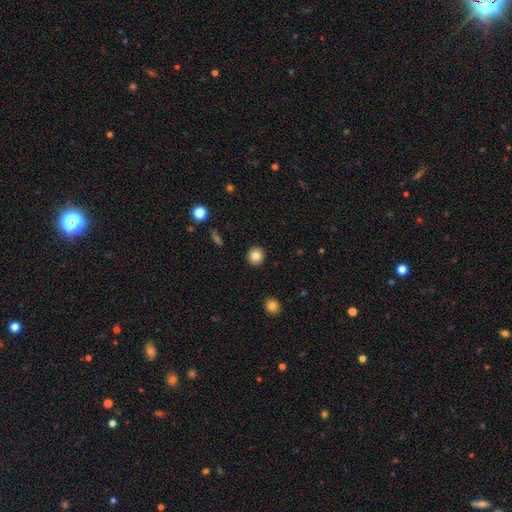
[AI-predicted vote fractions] Overall: smooth (82%). How rounded: round (91%). Merging: none (93%).